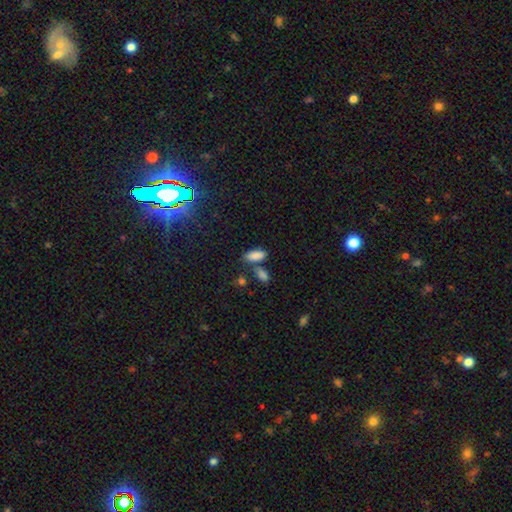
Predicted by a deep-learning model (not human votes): Morphology: type=smooth (85%); roundness=in between (85%); merging=none (58%).